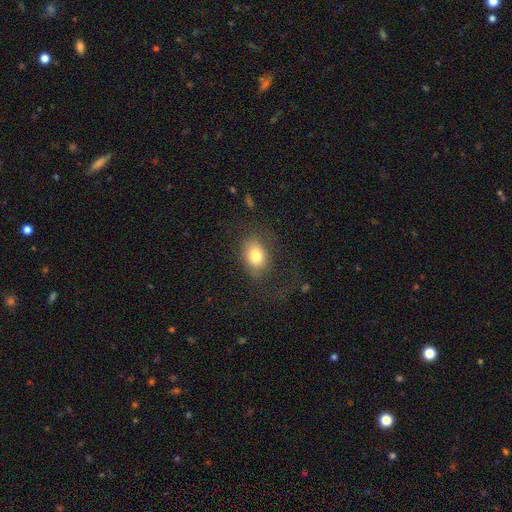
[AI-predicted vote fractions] Smooth or featured? Predicted: smooth (p=0.79). How rounded? Predicted: in between (p=0.78). Merging? Predicted: none (p=0.64).